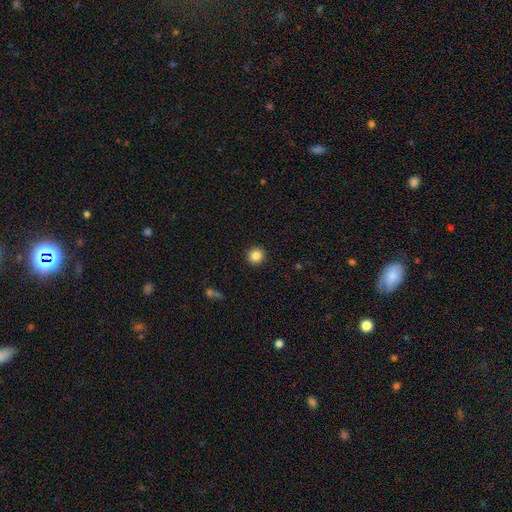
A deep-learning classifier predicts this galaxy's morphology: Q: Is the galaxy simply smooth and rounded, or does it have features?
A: smooth — 84%.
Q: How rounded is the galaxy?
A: round — 94%.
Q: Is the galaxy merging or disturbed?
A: none — 93%.